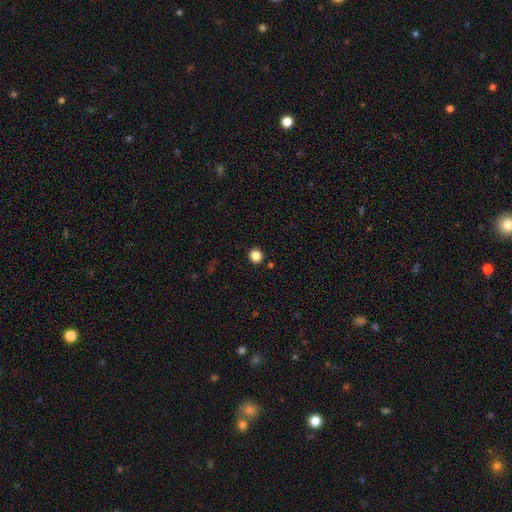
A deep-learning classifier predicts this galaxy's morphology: Smooth or featured? smooth (85%)
How rounded? round (93%)
Merging? none (92%)